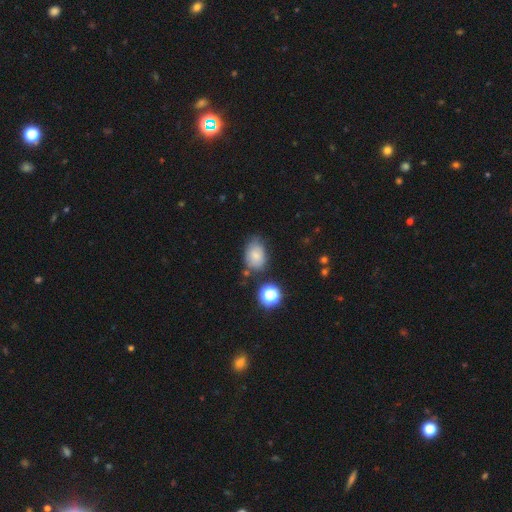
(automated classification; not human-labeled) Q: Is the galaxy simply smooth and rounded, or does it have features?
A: smooth — 77%.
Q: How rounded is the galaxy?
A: in between — 77%.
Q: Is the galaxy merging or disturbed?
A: none — 61%.